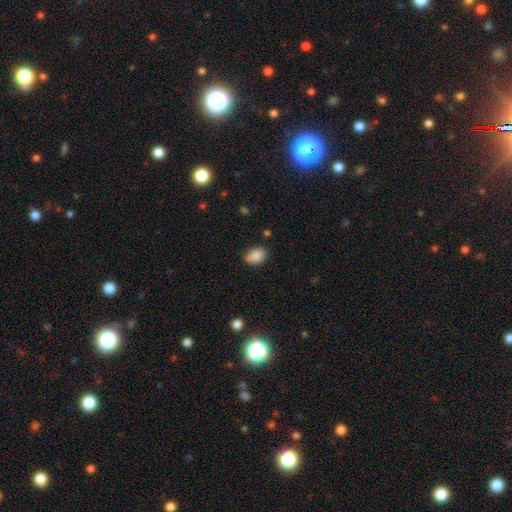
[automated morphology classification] Smooth or featured? Predicted: smooth (p=0.87). How rounded? Predicted: in between (p=0.75). Merging? Predicted: none (p=0.74).